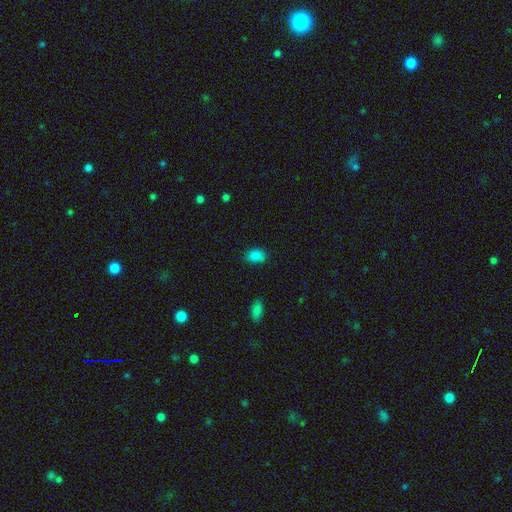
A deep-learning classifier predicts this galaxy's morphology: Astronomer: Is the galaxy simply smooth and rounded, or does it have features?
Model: smooth — 86%.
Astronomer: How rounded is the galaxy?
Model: in between — 78%.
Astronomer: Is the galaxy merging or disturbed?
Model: none — 80%.